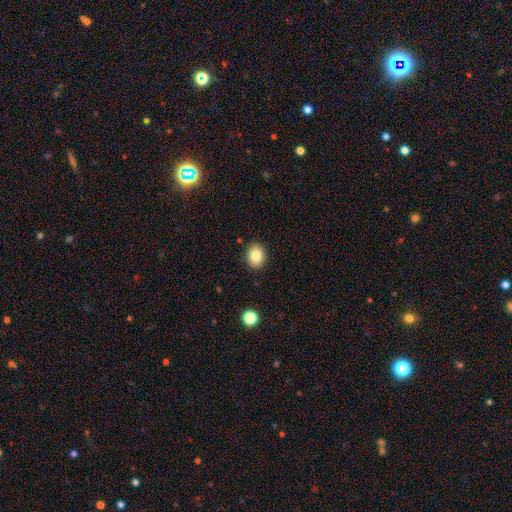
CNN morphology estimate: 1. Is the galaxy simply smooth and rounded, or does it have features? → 81% smooth, 10% star or artifact, 9% featured or disk.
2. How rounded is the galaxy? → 50% round (tied), 50% in between (tied), 1% cigar-shaped.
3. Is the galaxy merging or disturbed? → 89% none, 8% minor disturbance, 2% major disturbance, 1% merger.